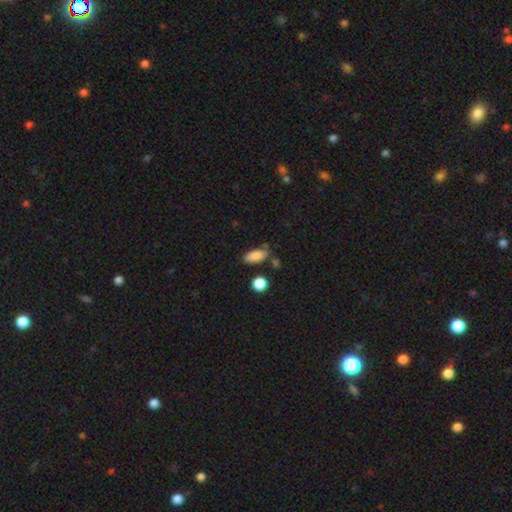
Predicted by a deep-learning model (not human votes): This appears to be a smooth galaxy with no disk features (85%) that is in between round and cigar-shaped (83%). Merging: none (72%).